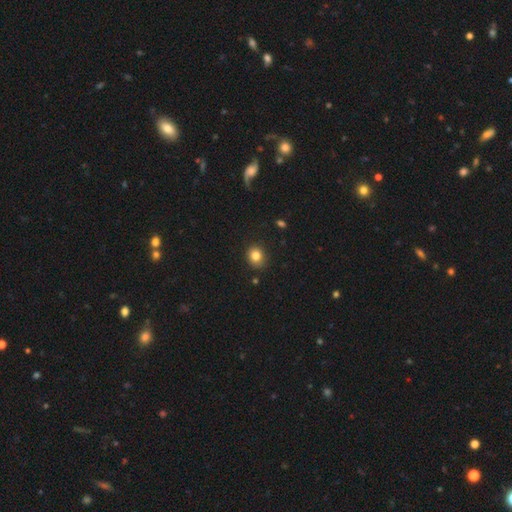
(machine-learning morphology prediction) Smooth or featured? Predicted: smooth (p=0.82). How rounded? Predicted: round (p=0.76). Merging? Predicted: none (p=0.86).